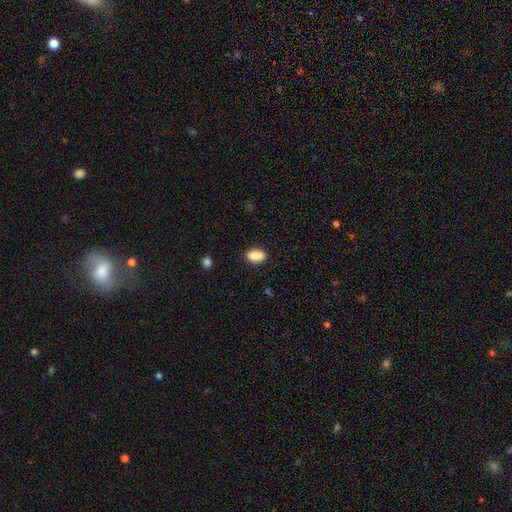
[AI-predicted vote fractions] A smooth galaxy with no disk features (89%) that is in between round and cigar-shaped (91%).

Vote fractions:
- Smooth or featured? smooth: 89% / star or artifact: 7% / featured or disk: 4%
- How rounded? in between: 91% / round: 6% / cigar-shaped: 3%
- Merging? none: 87% / minor disturbance: 9% / major disturbance: 2% / merger: 1%